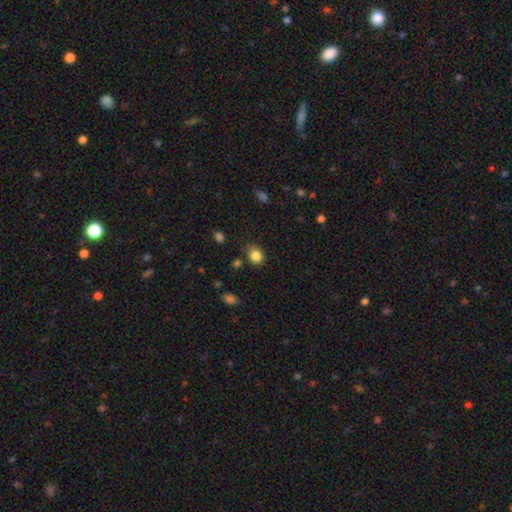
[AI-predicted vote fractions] Smooth or featured?
  - smooth: 85% *
  - star or artifact: 11%
  - featured or disk: 5%
How rounded?
  - round: 55% *
  - in between: 44%
  - cigar-shaped: 1%
Merging?
  - none: 72% *
  - minor disturbance: 20%
  - major disturbance: 5%
  - merger: 3%